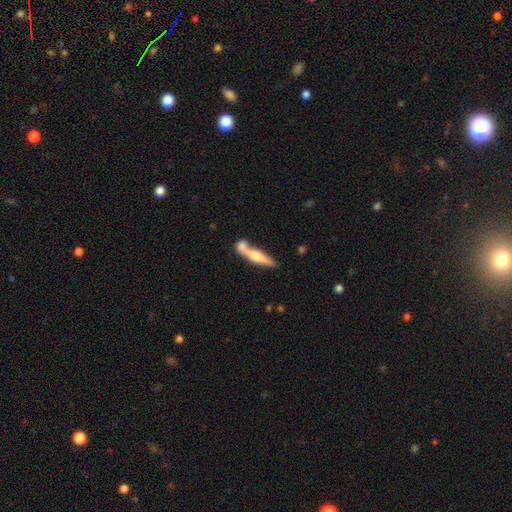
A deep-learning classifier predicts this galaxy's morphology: Q: Smooth or featured?
A: smooth (52%); runner-up: featured or disk (42%)
Q: How rounded?
A: cigar-shaped (80%); runner-up: in between (17%)
Q: Merging?
A: none (42%); runner-up: merger (40%)